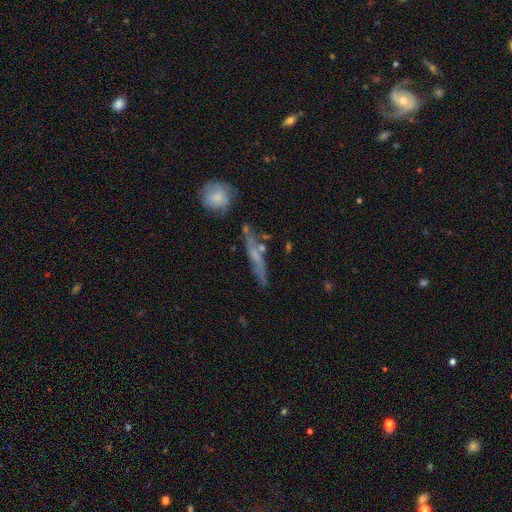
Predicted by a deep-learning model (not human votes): Smooth or featured: featured or disk — 54% (smooth — 36%)
Edge-on disk: yes — 60% (no — 40%)
Merging: none — 62% (minor disturbance — 21%)